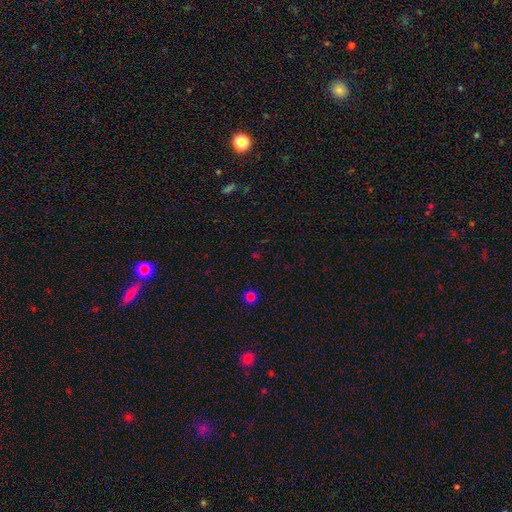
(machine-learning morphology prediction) Overall: star or artifact (52%; smooth 42%).